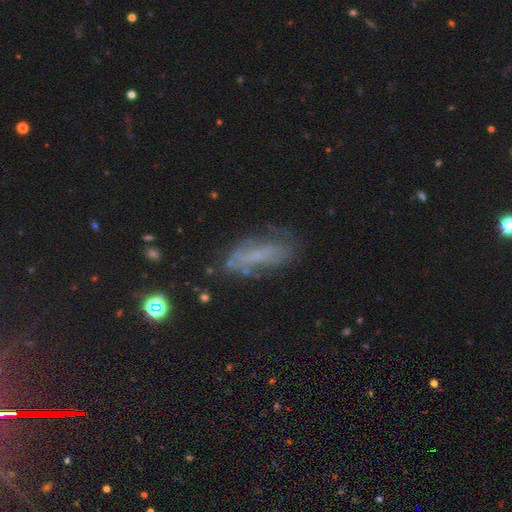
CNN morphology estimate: A featured or disk galaxy (45%). Merging: none (55%).